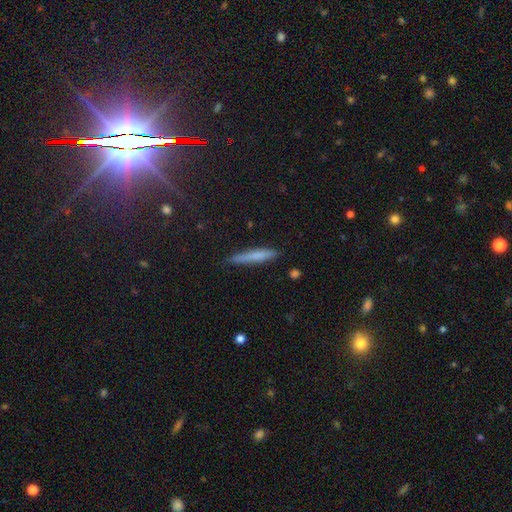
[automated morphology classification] Smooth or featured: smooth — 68% (featured or disk — 23%)
How rounded: cigar-shaped — 93% (in between — 5%)
Merging: none — 82% (minor disturbance — 14%)